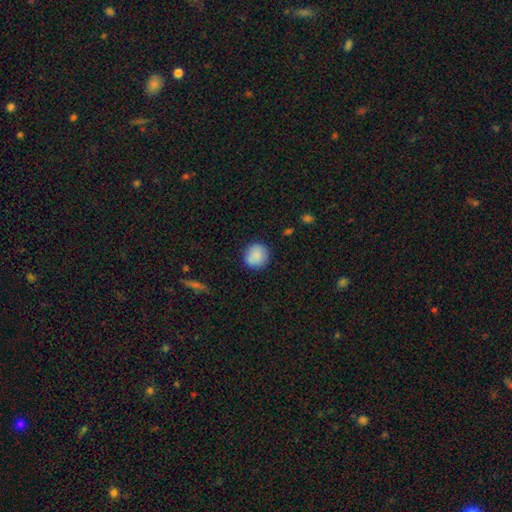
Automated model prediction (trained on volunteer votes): Q: Smooth or featured?
A: smooth (86%); runner-up: star or artifact (7%)
Q: How rounded?
A: round (91%); runner-up: in between (8%)
Q: Merging?
A: none (84%); runner-up: minor disturbance (11%)